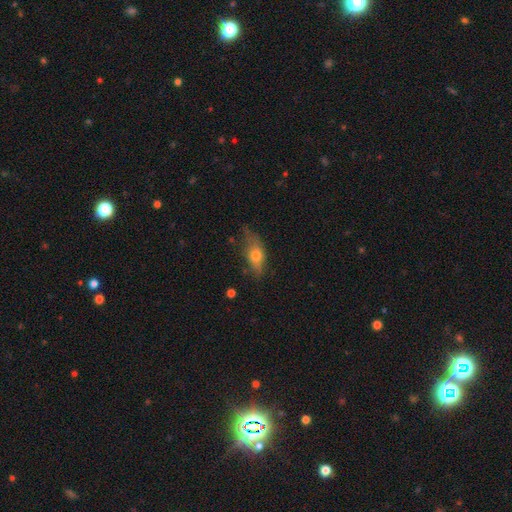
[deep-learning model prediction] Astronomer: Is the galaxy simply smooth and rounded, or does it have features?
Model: smooth — 62%.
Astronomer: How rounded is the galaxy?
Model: in between — 71%.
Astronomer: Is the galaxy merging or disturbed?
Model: none — 51% (runner-up: minor disturbance, 31%).